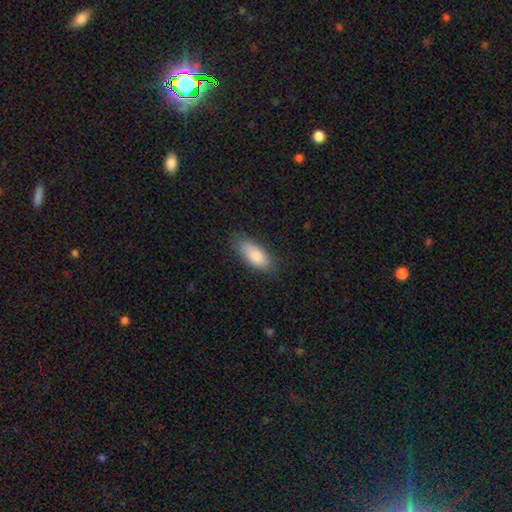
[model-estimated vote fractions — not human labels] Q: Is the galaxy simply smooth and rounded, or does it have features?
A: smooth — 82%.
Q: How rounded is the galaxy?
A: in between — 79%.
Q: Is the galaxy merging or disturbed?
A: none — 79%.